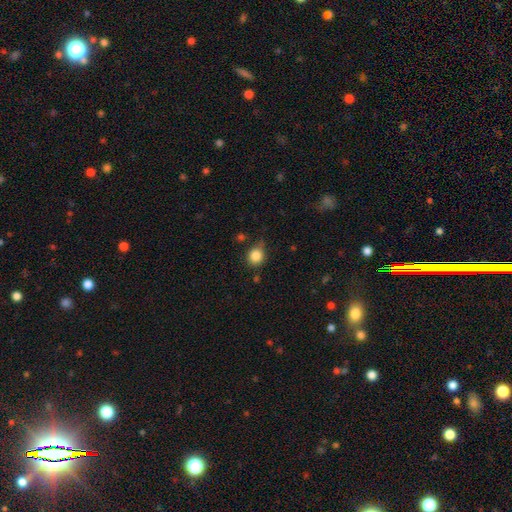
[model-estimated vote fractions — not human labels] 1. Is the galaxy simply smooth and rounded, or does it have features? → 84% smooth, 10% star or artifact, 6% featured or disk.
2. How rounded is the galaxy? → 83% round, 16% in between, 1% cigar-shaped.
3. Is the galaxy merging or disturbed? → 63% none, 27% minor disturbance, 6% major disturbance, 4% merger.